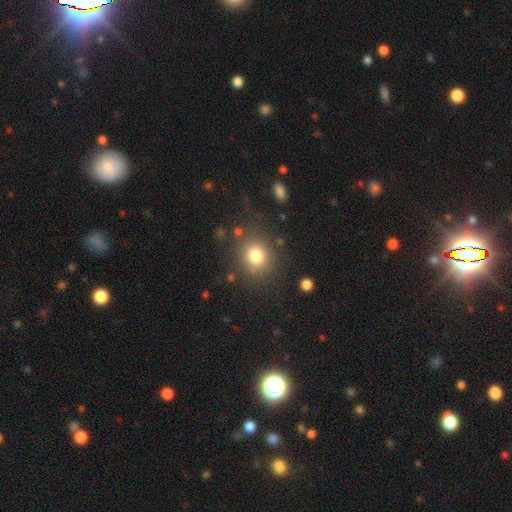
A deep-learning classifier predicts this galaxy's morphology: Smooth or featured? smooth (79%)
How rounded? round (76%)
Merging? none (81%)